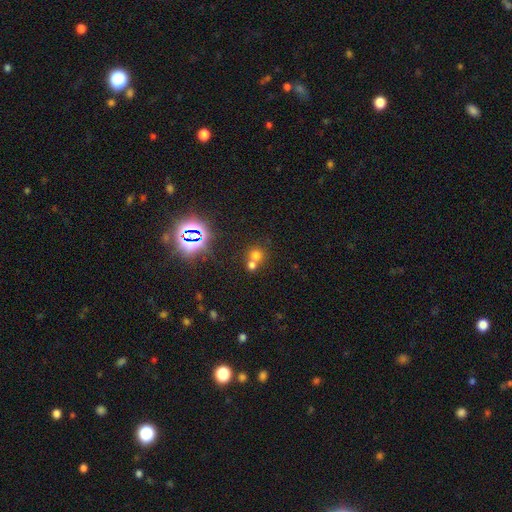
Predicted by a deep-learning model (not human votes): A smooth galaxy with no disk features (61%) that is round (84%). Merging: merger (51%).